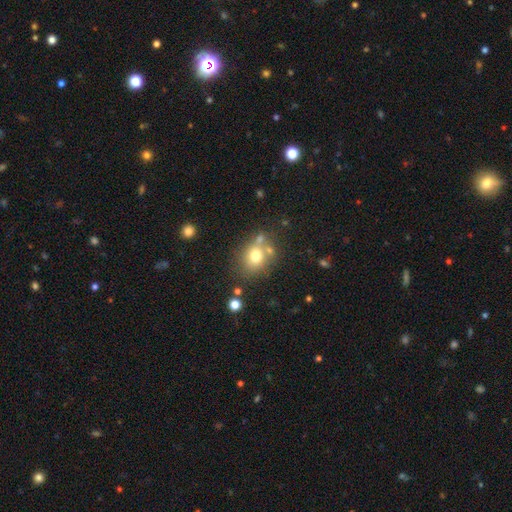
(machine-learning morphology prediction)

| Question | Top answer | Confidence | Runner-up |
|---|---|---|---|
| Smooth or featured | smooth | 72% | featured or disk (15%) |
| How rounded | round | 63% | in between (36%) |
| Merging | none | 62% | merger (17%) |